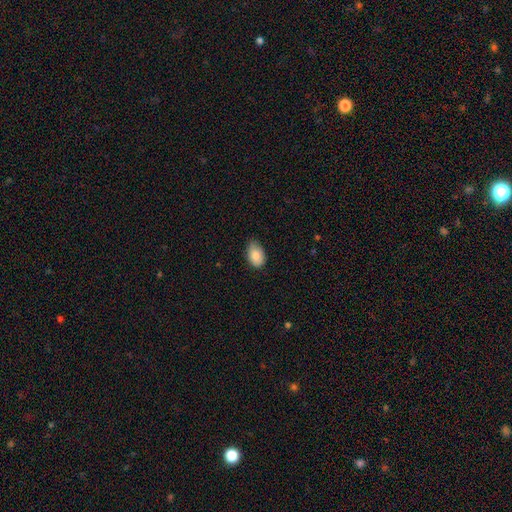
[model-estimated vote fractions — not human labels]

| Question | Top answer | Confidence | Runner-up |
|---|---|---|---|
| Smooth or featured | smooth | 87% | star or artifact (7%) |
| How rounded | in between | 89% | round (10%) |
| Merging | none | 69% | minor disturbance (27%) |